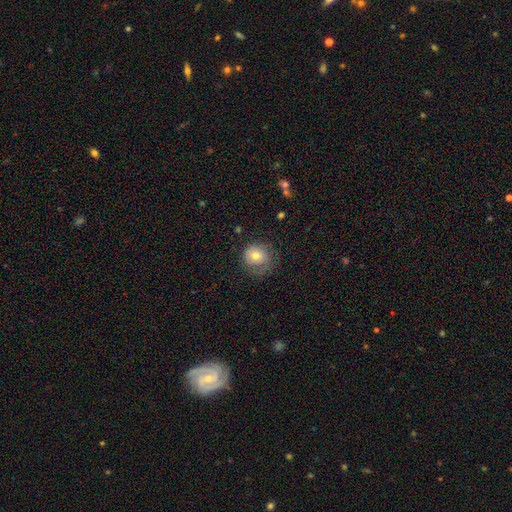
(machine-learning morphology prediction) A smooth galaxy with no disk features (64%) that is round (84%).

Vote fractions:
- Smooth or featured? smooth: 64% / featured or disk: 27% / star or artifact: 9%
- How rounded? round: 84% / in between: 15% / cigar-shaped: 1%
- Merging? none: 59% / minor disturbance: 23% / major disturbance: 17% / merger: 1%